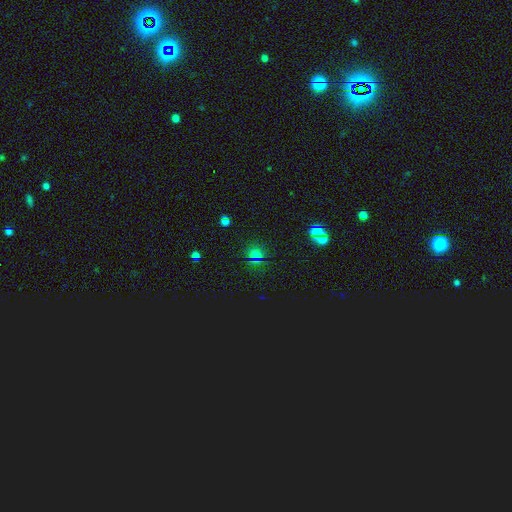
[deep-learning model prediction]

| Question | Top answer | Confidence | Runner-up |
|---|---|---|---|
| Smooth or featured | smooth | 47% | star or artifact (46%) |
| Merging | none | 85% | minor disturbance (8%) |